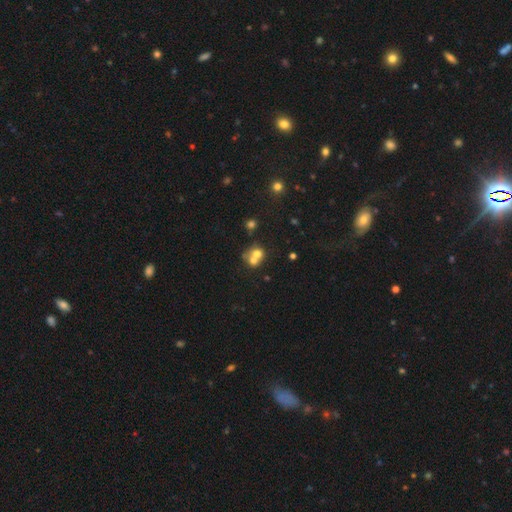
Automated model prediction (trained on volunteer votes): smooth 62%, featured or disk 23%, star or artifact 15%. Down the decision tree: how rounded — round (76%); merging — merger (59%).